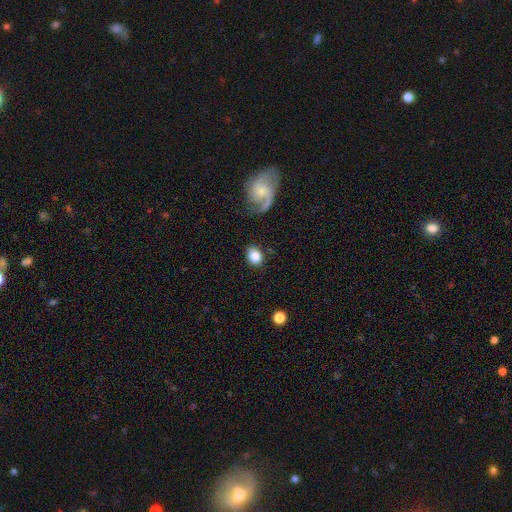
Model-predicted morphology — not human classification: Smooth or featured? smooth (82%)
How rounded? in between (53%)
Merging? none (78%)